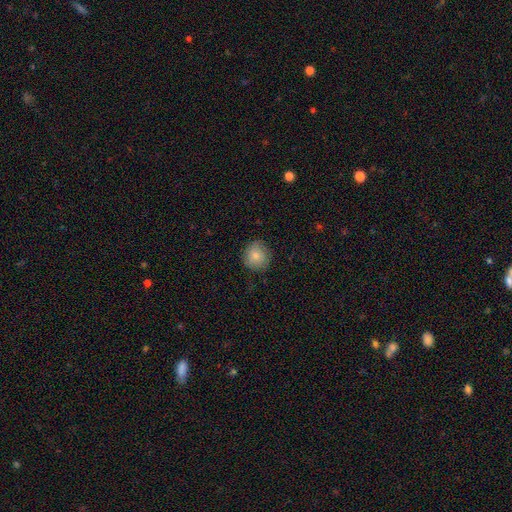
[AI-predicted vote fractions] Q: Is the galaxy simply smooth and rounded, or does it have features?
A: smooth — 80%.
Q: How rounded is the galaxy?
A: round — 89%.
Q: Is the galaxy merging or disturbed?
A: none — 81%.